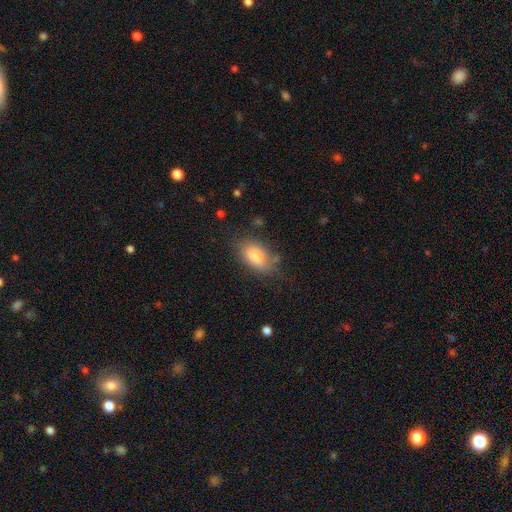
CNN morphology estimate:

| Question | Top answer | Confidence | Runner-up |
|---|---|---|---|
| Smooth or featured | smooth | 80% | featured or disk (12%) |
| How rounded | in between | 89% | round (9%) |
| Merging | none | 74% | minor disturbance (18%) |